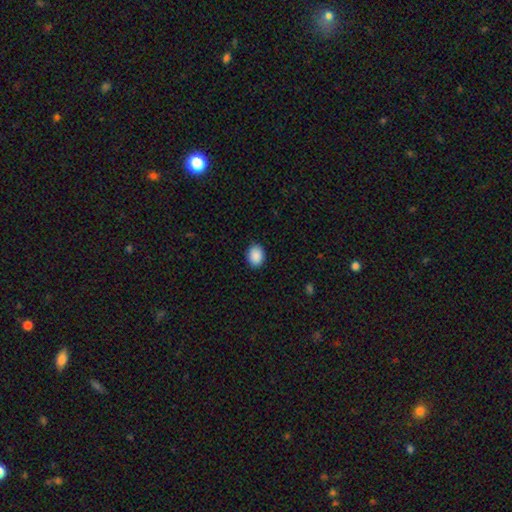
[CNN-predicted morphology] smooth 90%, star or artifact 7%, featured or disk 2%. Down the decision tree: how rounded — in between (62%); merging — none (90%).